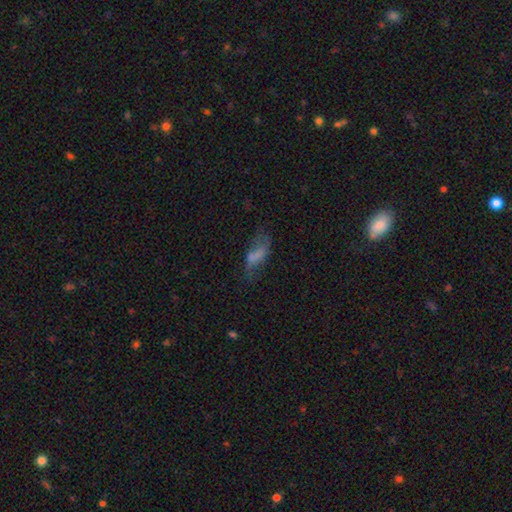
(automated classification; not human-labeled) smooth 52%, featured or disk 34%, star or artifact 14%. Down the decision tree: how rounded — in between (79%); merging — none (36%).